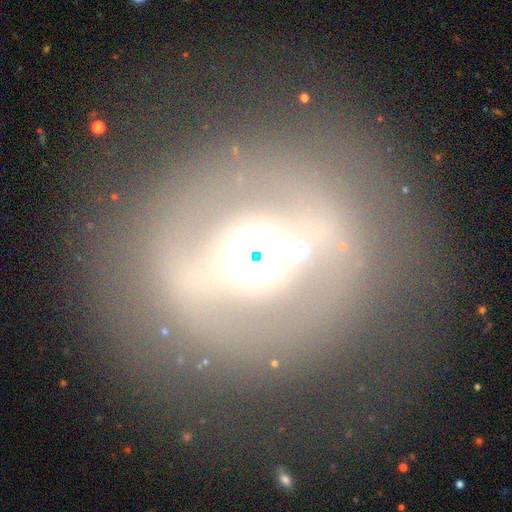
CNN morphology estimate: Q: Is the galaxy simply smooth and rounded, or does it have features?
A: featured or disk — 66%.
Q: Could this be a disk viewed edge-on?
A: no — 89%.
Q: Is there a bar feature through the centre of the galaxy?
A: no — 42%.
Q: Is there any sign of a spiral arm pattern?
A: no — 68%.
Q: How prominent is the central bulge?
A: moderate — 45%.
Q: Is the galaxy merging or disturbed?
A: none — 70%.